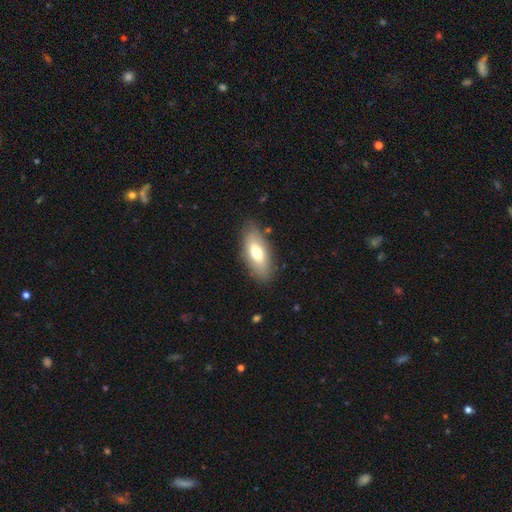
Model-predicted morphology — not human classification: Q: Smooth or featured?
A: smooth (67%); runner-up: featured or disk (27%)
Q: How rounded?
A: in between (80%); runner-up: cigar-shaped (17%)
Q: Merging?
A: none (85%); runner-up: minor disturbance (11%)